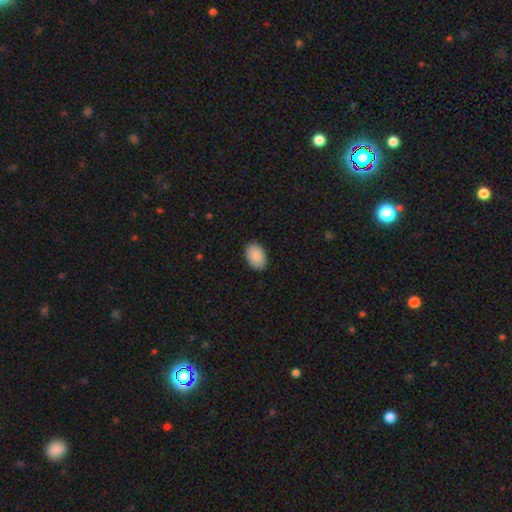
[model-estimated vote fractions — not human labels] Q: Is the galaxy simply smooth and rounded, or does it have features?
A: smooth — 90%.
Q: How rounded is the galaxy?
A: in between — 89%.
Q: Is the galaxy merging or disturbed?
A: none — 89%.